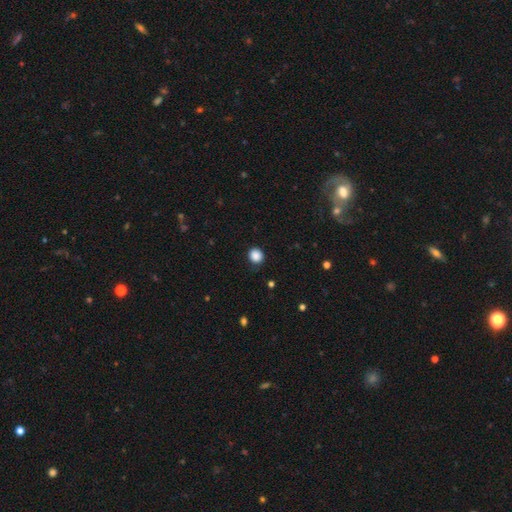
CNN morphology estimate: smooth 87%, star or artifact 10%, featured or disk 3%. Down the decision tree: how rounded — round (85%); merging — none (86%).